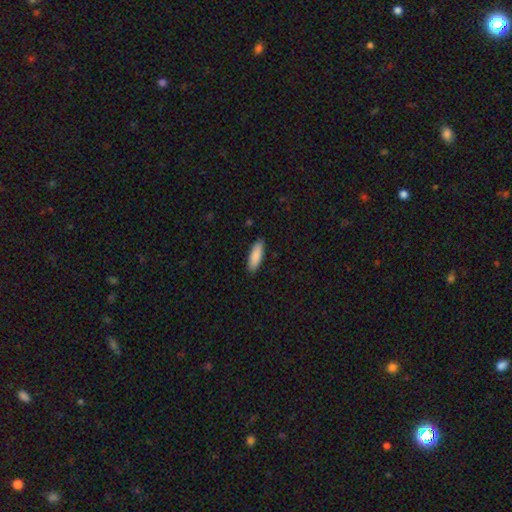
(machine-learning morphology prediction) Smooth or featured: smooth — 89% (featured or disk — 6%)
How rounded: in between — 52% (cigar-shaped — 47%)
Merging: none — 89% (minor disturbance — 8%)